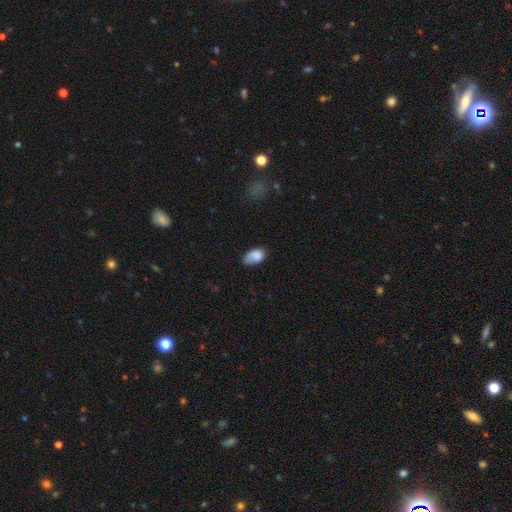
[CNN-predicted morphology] Smooth or featured? smooth (85%)
How rounded? in between (93%)
Merging? none (58%)